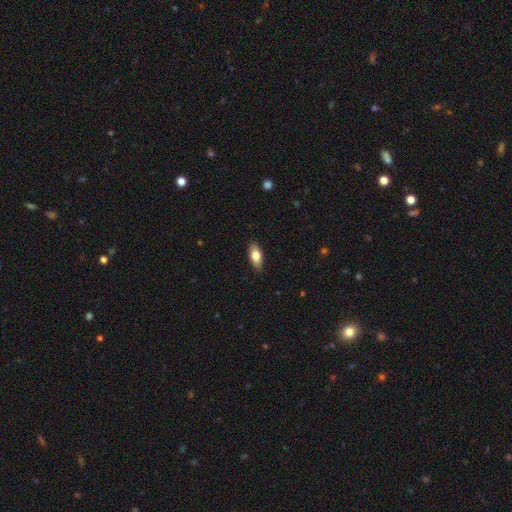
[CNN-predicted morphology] Smooth or featured? Predicted: smooth (p=0.78). How rounded? Predicted: in between (p=0.85). Merging? Predicted: none (p=0.88).